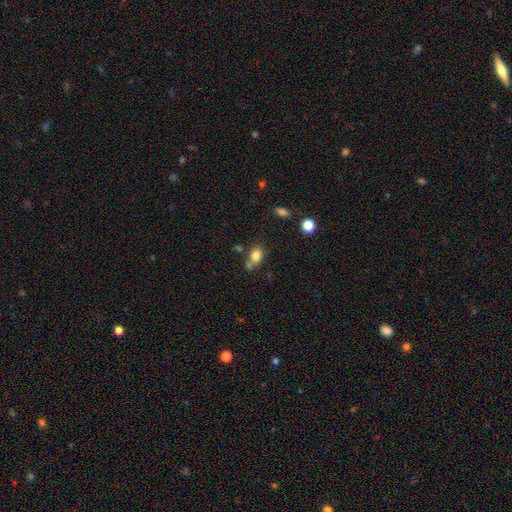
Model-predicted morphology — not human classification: This is clearly a smooth galaxy (81%). How rounded: likely in between (70%). Merging: possibly none (56%).